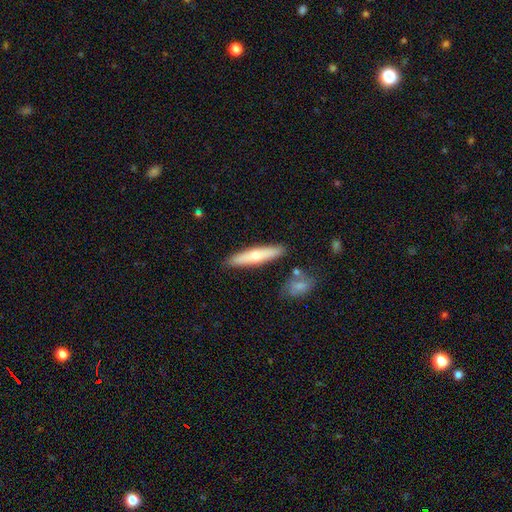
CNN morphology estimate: This appears to be a smooth galaxy with no disk features (58%) that is cigar-shaped (83%). Merging: none (87%).